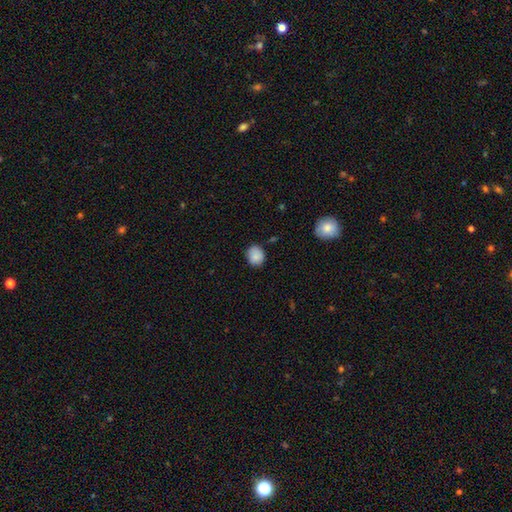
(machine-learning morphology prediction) smooth 87%, star or artifact 8%, featured or disk 5%. Down the decision tree: how rounded — round (68%); merging — none (79%).